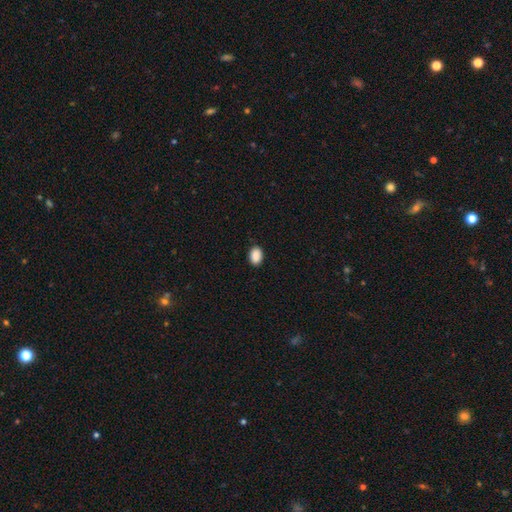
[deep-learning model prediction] smooth_or_featured: smooth (p=0.90) [alt: star or artifact p=0.08]
how_rounded: in between (p=0.82) [alt: round p=0.17]
merging: none (p=0.89) [alt: minor disturbance p=0.09]